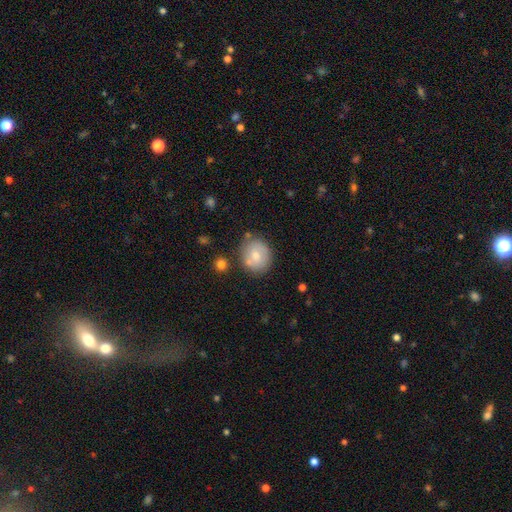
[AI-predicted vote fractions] This is likely a smooth galaxy (66%). How rounded: likely round (78%). Merging: likely none (71%).